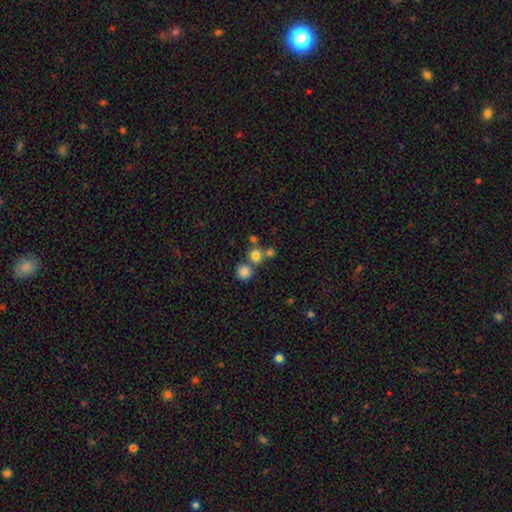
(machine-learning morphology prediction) This appears to be a smooth galaxy with no disk features (76%) that is round (88%). Merging: none (59%).